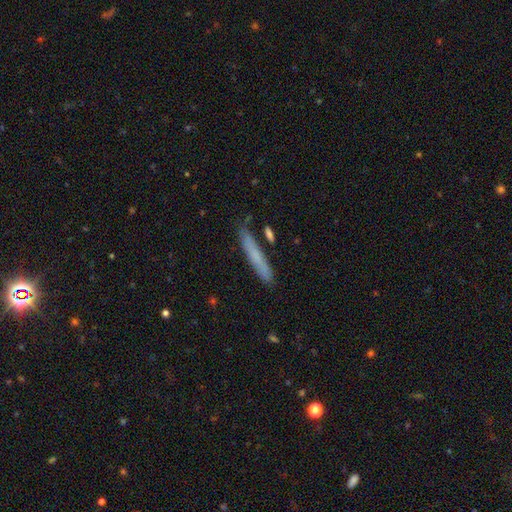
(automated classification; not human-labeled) Overall: smooth (67%). How rounded: cigar-shaped (95%). Merging: none (81%).